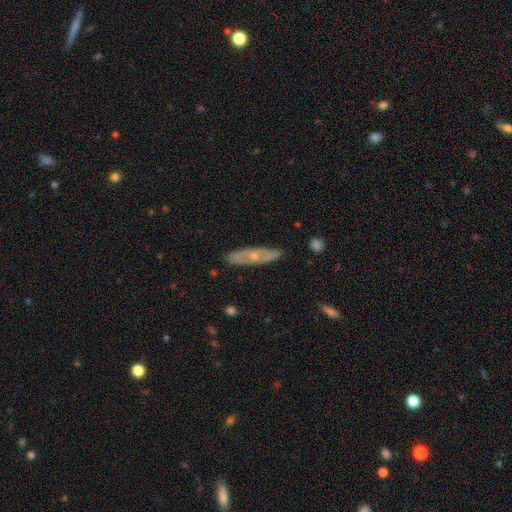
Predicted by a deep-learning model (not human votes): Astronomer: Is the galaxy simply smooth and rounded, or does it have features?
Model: featured or disk — 59% (runner-up: smooth, 34%).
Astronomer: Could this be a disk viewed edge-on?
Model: no — 58% (runner-up: yes, 42%).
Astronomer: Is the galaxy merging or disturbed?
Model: none — 84%.